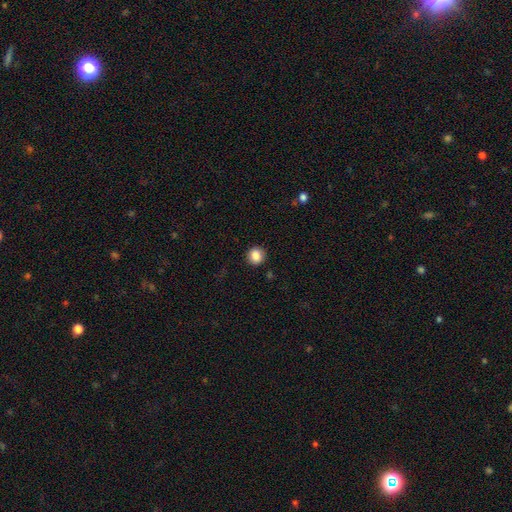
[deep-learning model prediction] Morphology: type=smooth (86%); roundness=round (85%); merging=none (89%).